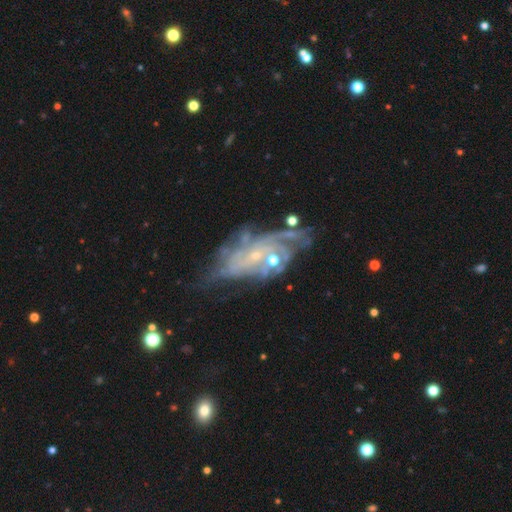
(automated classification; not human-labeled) Smooth or featured?
  - featured or disk: 78% *
  - star or artifact: 12%
  - smooth: 11%
Edge-on disk?
  - no: 92% *
  - yes: 8%
Bar?
  - no: 71% *
  - weak: 23%
  - strong: 6%
Spiral arms?
  - yes: 79% *
  - no: 21%
Spiral winding?
  - tight: 52% *
  - medium: 33%
  - loose: 15%
Spiral arm count?
  - can't tell: 51% *
  - 2: 13%
  - 3: 12%
  - 4: 11%
  - more than 4: 7%
  - 1: 6%
Bulge size?
  - small: 74% *
  - moderate: 17%
  - none: 7%
  - large: 1%
  - dominant: 1%
Merging?
  - none: 44% *
  - minor disturbance: 22%
  - major disturbance: 21%
  - merger: 14%